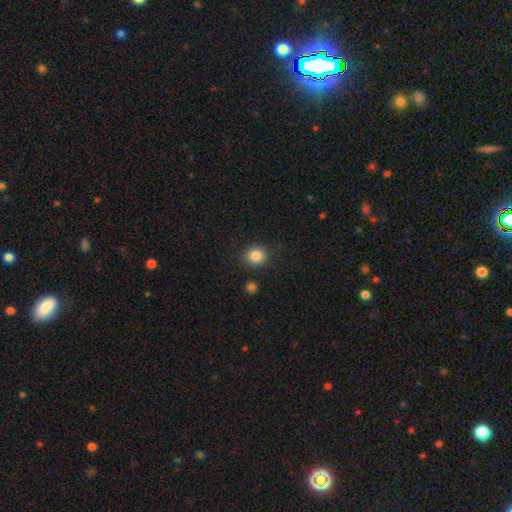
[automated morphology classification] Smooth or featured? smooth (85%)
How rounded? round (81%)
Merging? none (85%)